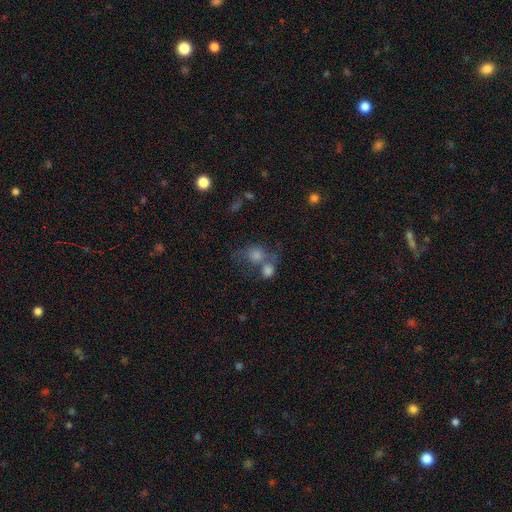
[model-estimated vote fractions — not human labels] This appears to be a smooth galaxy with no disk features (51%) that is round (69%). Merging: merger (41%).